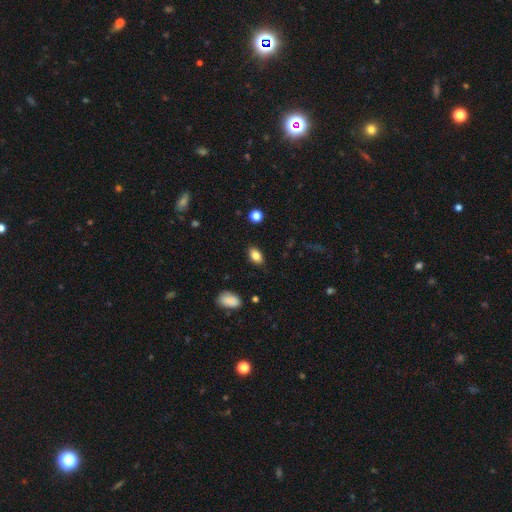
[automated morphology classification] The model was most divided on "smooth or featured": smooth: 84%, star or artifact: 9%, featured or disk: 7%. More confident: how rounded — in between (89%); merging — none (87%).